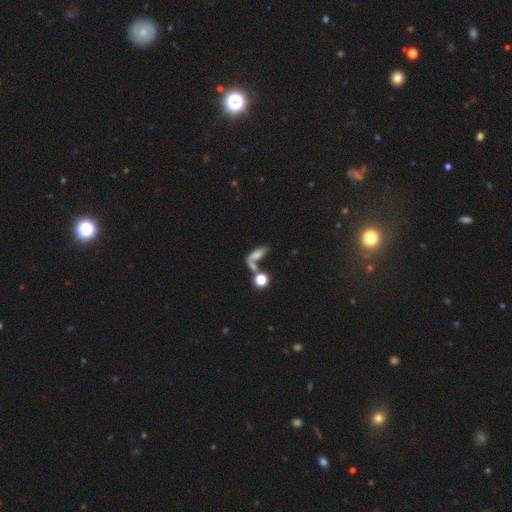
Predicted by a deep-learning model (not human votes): The model was most divided on "merging": merger: 38%, none: 32%, major disturbance: 17%, minor disturbance: 13%. More confident: how rounded — in between (63%); smooth or featured — smooth (61%).